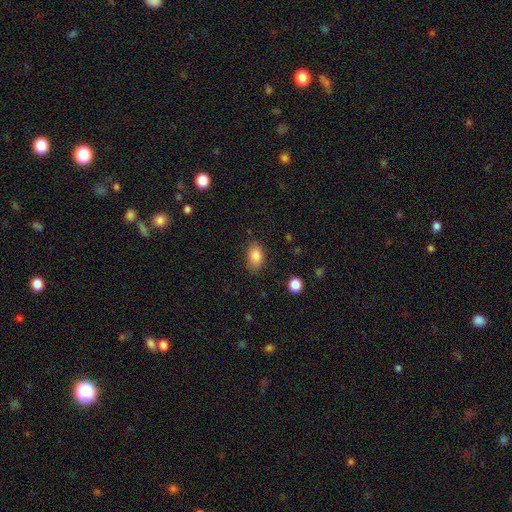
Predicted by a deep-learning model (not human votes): smooth-or-featured: smooth: 85% | star or artifact: 9% | featured or disk: 6%
  how-rounded: in between: 88% | round: 10% | cigar-shaped: 2%
  merging: none: 82% | minor disturbance: 13% | major disturbance: 3% | merger: 1%